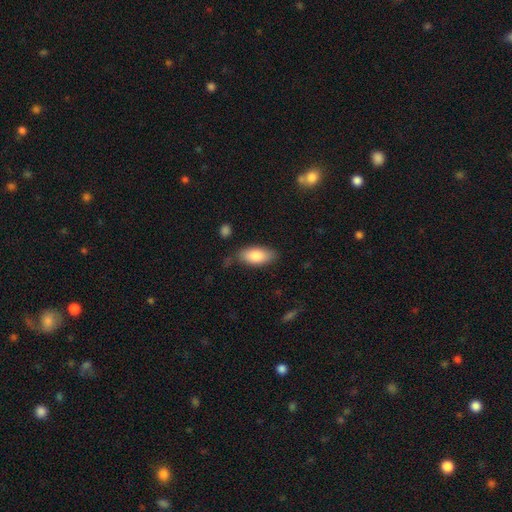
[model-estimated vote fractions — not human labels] Smooth or featured?
  - smooth: 83% *
  - featured or disk: 11%
  - star or artifact: 6%
How rounded?
  - in between: 89% *
  - cigar-shaped: 8%
  - round: 3%
Merging?
  - none: 75% *
  - minor disturbance: 18%
  - major disturbance: 4%
  - merger: 3%